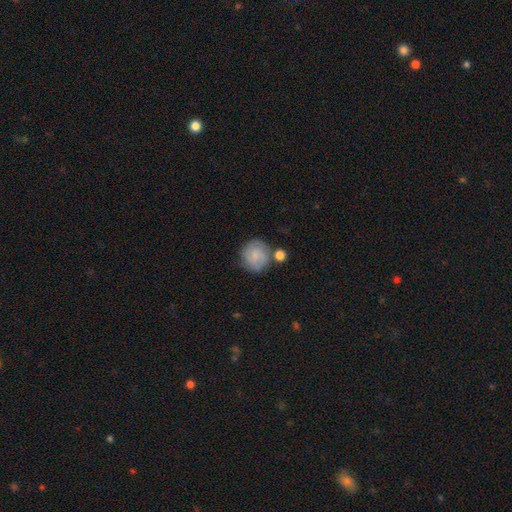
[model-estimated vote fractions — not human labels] smooth 67%, featured or disk 26%, star or artifact 7%. Down the decision tree: how rounded — round (89%); merging — none (65%).